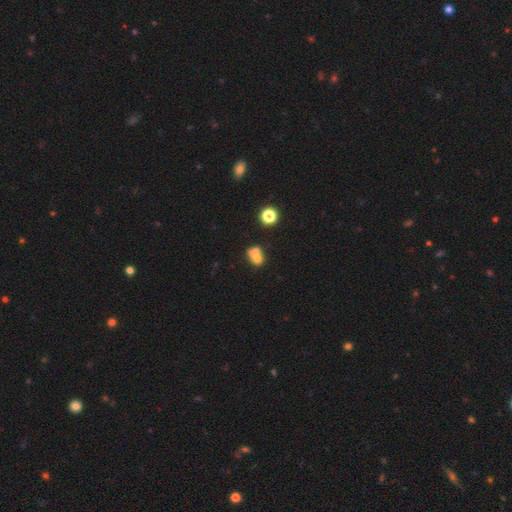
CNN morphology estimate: Q: Smooth or featured?
A: smooth (68%); runner-up: featured or disk (19%)
Q: How rounded?
A: in between (53%); runner-up: round (45%)
Q: Merging?
A: merger (54%); runner-up: none (27%)